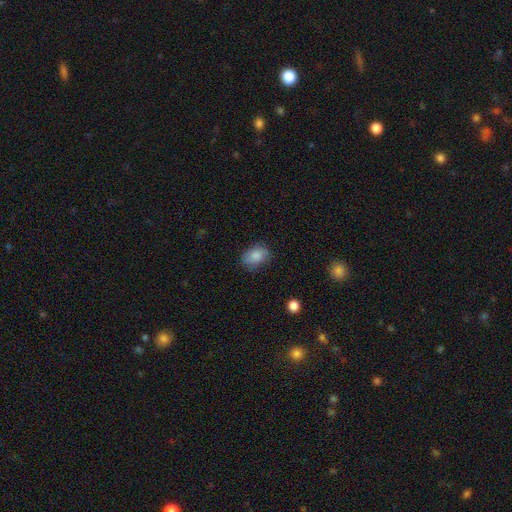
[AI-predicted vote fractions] Overall: smooth (85%). How rounded: in between (77%). Merging: none (76%).